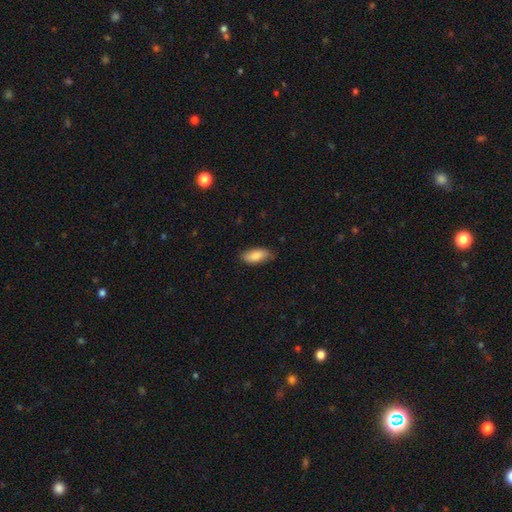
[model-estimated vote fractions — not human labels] smooth-or-featured: smooth: 85% | featured or disk: 9% | star or artifact: 6%
  how-rounded: in between: 87% | cigar-shaped: 11% | round: 2%
  merging: none: 79% | minor disturbance: 17% | major disturbance: 3% | merger: 1%